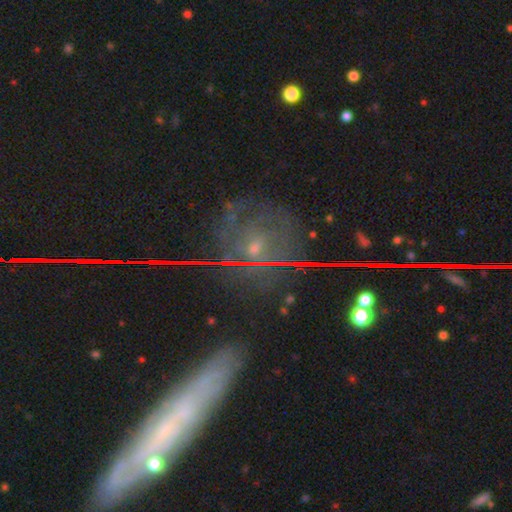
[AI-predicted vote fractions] Smooth or featured: featured or disk — 47% (star or artifact — 35%)
Merging: none — 72% (minor disturbance — 14%)